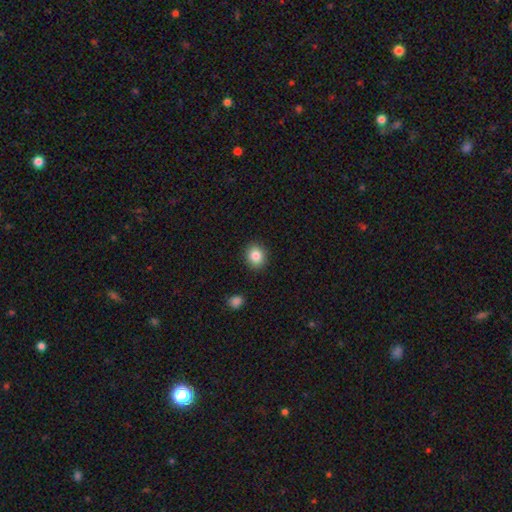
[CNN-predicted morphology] Overall: smooth (85%). How rounded: round (70%). Merging: none (90%).